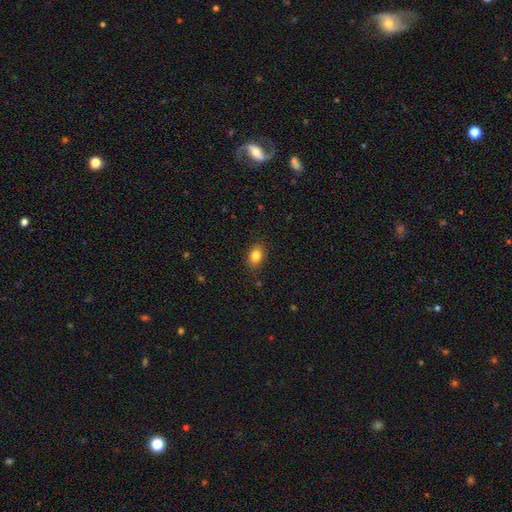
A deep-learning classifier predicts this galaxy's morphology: Smooth or featured: smooth — 83% (star or artifact — 10%)
How rounded: in between — 72% (round — 26%)
Merging: none — 86% (minor disturbance — 10%)